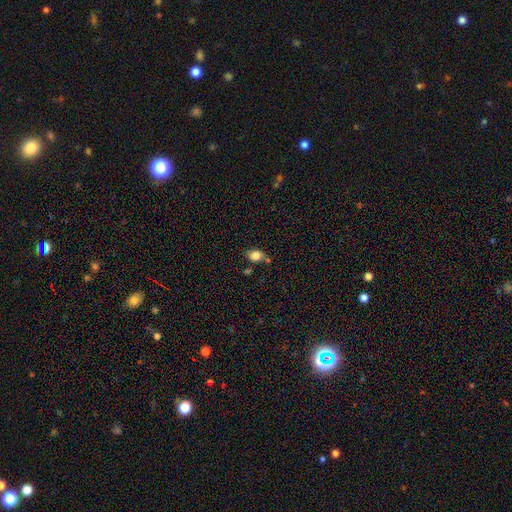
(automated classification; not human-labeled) smooth_or_featured: smooth (p=0.82) [alt: star or artifact p=0.10]
how_rounded: in between (p=0.63) [alt: round p=0.36]
merging: none (p=0.66) [alt: minor disturbance p=0.19]